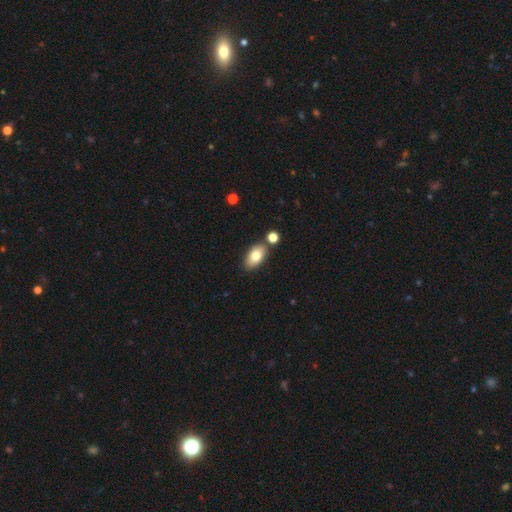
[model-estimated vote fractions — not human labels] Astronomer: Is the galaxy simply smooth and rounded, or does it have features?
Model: smooth — 79%.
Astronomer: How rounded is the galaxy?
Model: in between — 91%.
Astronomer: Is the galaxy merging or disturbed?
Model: none — 75%.